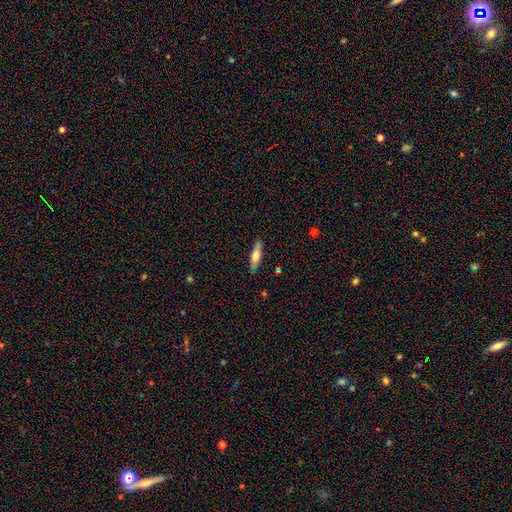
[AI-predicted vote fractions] Morphology: type=smooth (60%); roundness=cigar-shaped (57%); merging=none (85%).